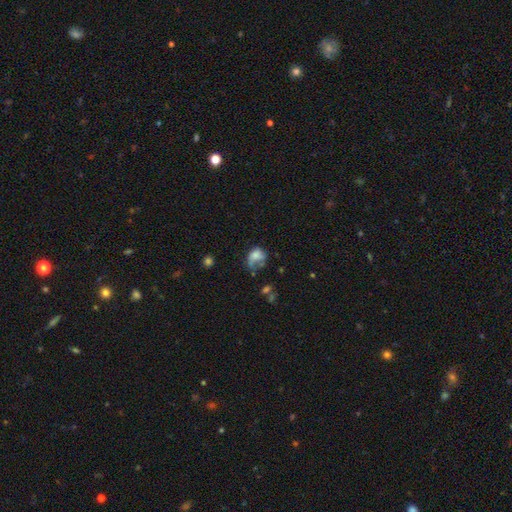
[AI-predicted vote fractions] smooth 60%, featured or disk 28%, star or artifact 11%. Down the decision tree: how rounded — in between (57%); merging — major disturbance (39%).